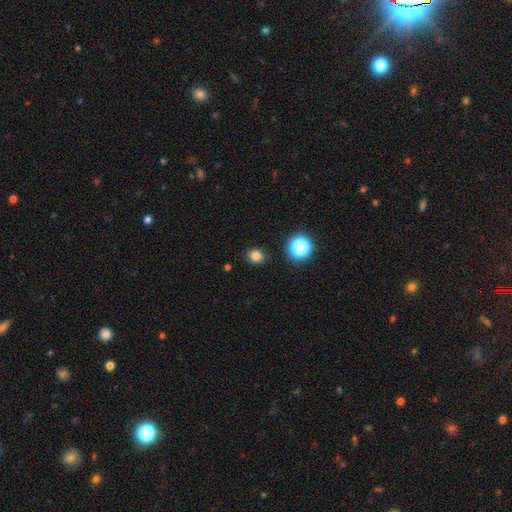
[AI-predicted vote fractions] smooth-or-featured: smooth: 81% | star or artifact: 15% | featured or disk: 4%
  how-rounded: round: 74% | in between: 25% | cigar-shaped: 1%
  merging: none: 88% | minor disturbance: 8% | major disturbance: 2% | merger: 2%